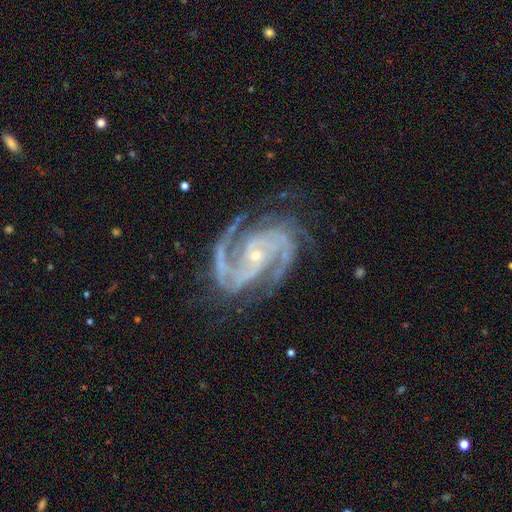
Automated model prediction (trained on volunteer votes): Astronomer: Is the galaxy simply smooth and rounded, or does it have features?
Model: featured or disk — 93%.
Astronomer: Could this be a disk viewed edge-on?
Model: no — 98%.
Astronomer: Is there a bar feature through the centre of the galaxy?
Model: no — 54%.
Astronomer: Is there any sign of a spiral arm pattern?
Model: yes — 99%.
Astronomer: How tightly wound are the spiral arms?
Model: medium — 48% (runner-up: tight, 45%).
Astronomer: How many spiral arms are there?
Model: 2 — 51%.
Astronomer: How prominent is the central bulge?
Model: small — 79%.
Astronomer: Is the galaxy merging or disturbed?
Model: none — 70%.